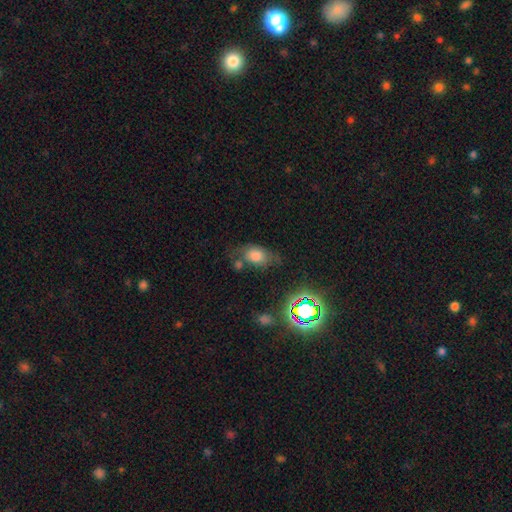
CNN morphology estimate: Smooth or featured?
  - smooth: 68% *
  - star or artifact: 16%
  - featured or disk: 16%
How rounded?
  - in between: 79% *
  - round: 18%
  - cigar-shaped: 3%
Merging?
  - none: 49% *
  - minor disturbance: 27%
  - major disturbance: 14%
  - merger: 10%